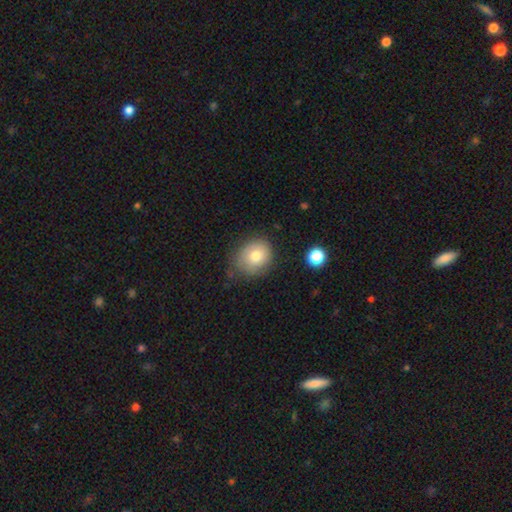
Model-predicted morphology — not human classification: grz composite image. It shows a smooth galaxy with no disk features (75%) that is round (59%). Merging: none (65%).